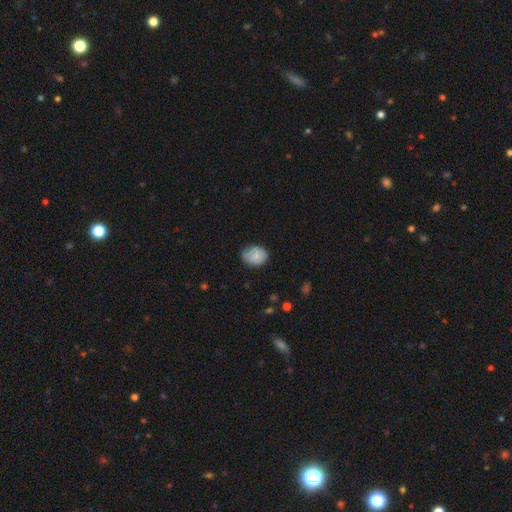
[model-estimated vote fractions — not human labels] Overall: smooth (81%). How rounded: in between (59%; round 41%). Merging: none (67%; minor disturbance 28%).